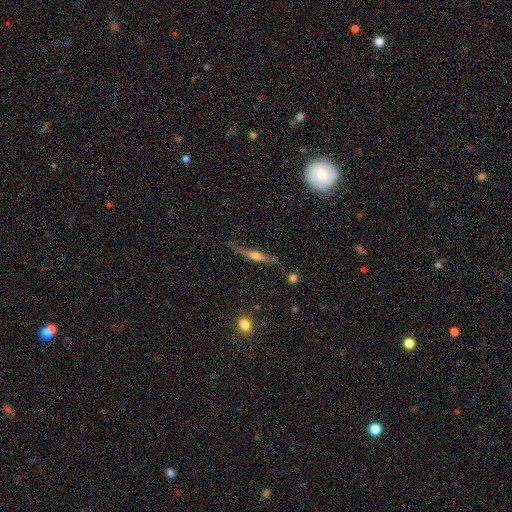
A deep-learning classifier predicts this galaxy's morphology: type=featured or disk (64%); edge-on=yes (78%); edge-on bulge=rounded (81%); merging=none (61%).